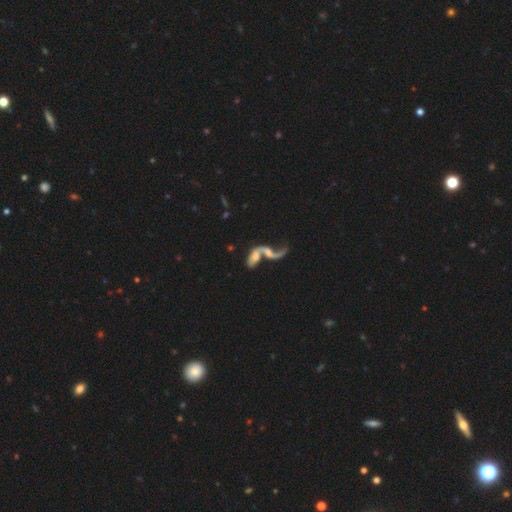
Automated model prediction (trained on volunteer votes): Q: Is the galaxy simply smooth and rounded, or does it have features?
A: featured or disk — 67%.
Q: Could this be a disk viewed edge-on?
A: no — 92%.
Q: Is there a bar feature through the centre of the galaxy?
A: no — 55%.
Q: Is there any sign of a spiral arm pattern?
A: yes — 75%.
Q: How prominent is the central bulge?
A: small — 34%.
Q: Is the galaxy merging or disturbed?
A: merger — 63%.